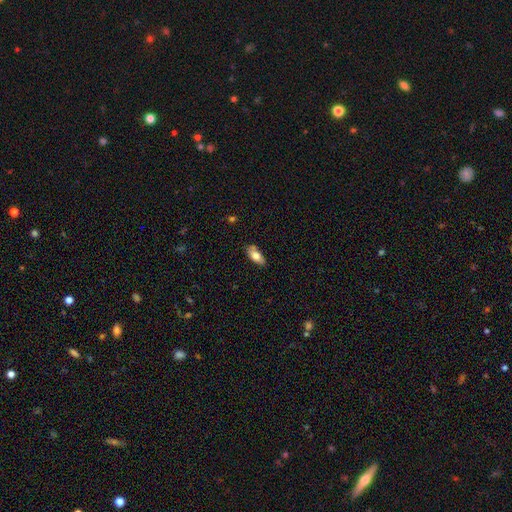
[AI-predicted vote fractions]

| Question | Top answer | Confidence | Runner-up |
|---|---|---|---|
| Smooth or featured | smooth | 75% | featured or disk (18%) |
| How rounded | in between | 85% | cigar-shaped (12%) |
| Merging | none | 80% | minor disturbance (16%) |